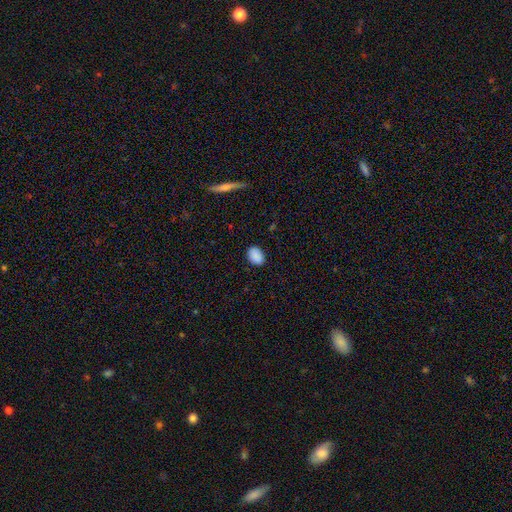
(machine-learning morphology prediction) A smooth galaxy with no disk features (89%) that is in between round and cigar-shaped (78%).

Vote fractions:
- Smooth or featured? smooth: 89% / star or artifact: 8% / featured or disk: 3%
- How rounded? in between: 78% / round: 21% / cigar-shaped: 1%
- Merging? none: 87% / minor disturbance: 10% / major disturbance: 2% / merger: 1%